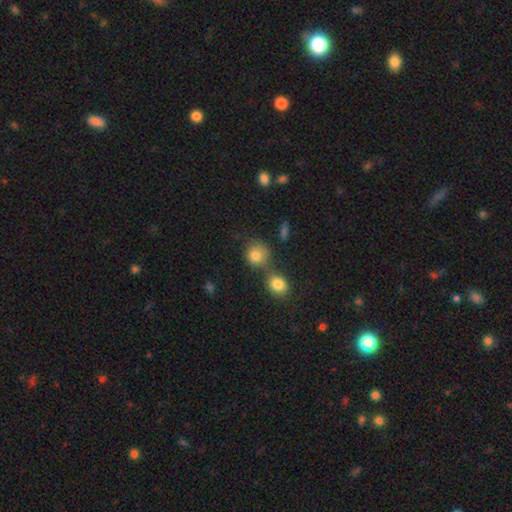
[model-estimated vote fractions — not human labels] This is clearly a smooth galaxy (81%). How rounded: clearly round (84%). Merging: possibly none (56%).